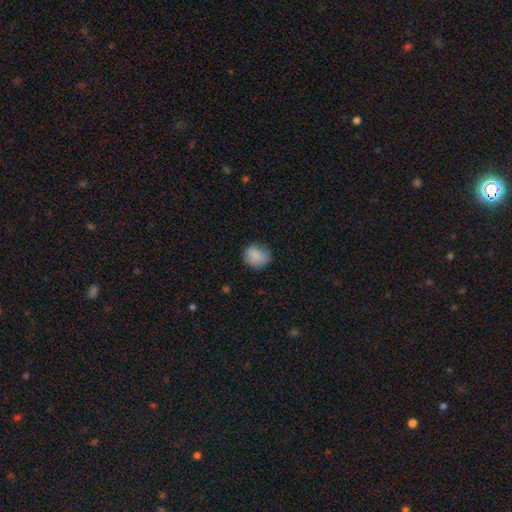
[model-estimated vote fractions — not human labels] This appears to be a smooth galaxy with no disk features (84%) that is round (74%). Merging: none (73%).